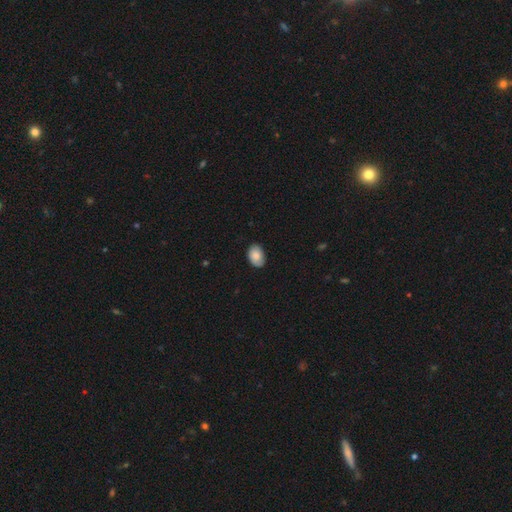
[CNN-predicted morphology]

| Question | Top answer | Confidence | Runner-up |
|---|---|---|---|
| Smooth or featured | smooth | 82% | featured or disk (11%) |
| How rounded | in between | 86% | round (13%) |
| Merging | none | 79% | minor disturbance (17%) |